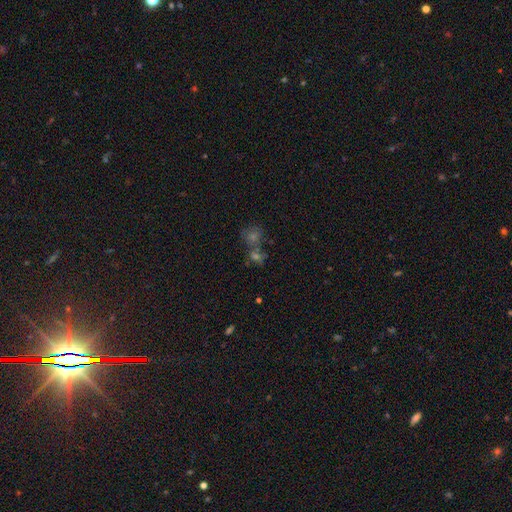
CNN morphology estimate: type=smooth (46%); merging=none (48%).